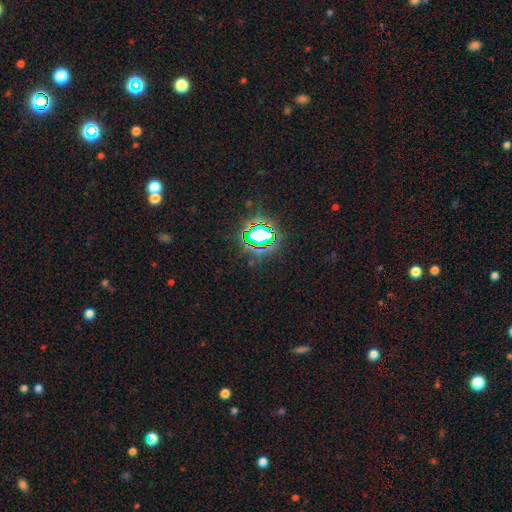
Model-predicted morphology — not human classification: smooth_or_featured: star or artifact (p=0.81) [alt: smooth p=0.12]